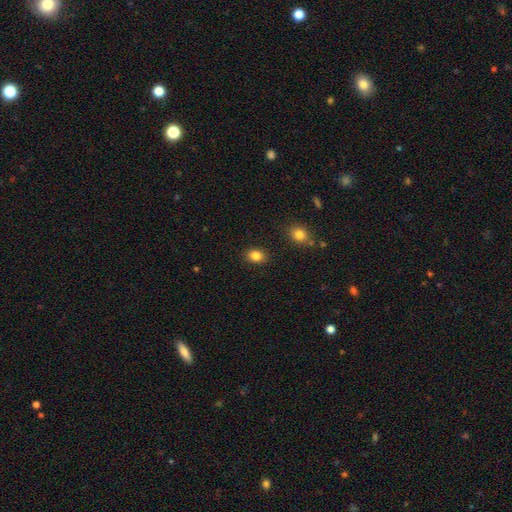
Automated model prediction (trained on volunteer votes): A smooth galaxy with no disk features (85%) that is in between round and cigar-shaped (69%).

Vote fractions:
- Smooth or featured? smooth: 85% / star or artifact: 10% / featured or disk: 5%
- How rounded? in between: 69% / round: 30% / cigar-shaped: 1%
- Merging? none: 87% / minor disturbance: 9% / major disturbance: 2% / merger: 2%